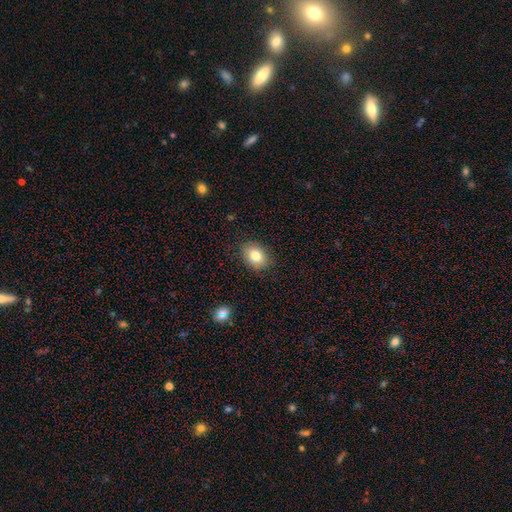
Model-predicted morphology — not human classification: type=smooth (81%); roundness=in between (69%); merging=none (86%).